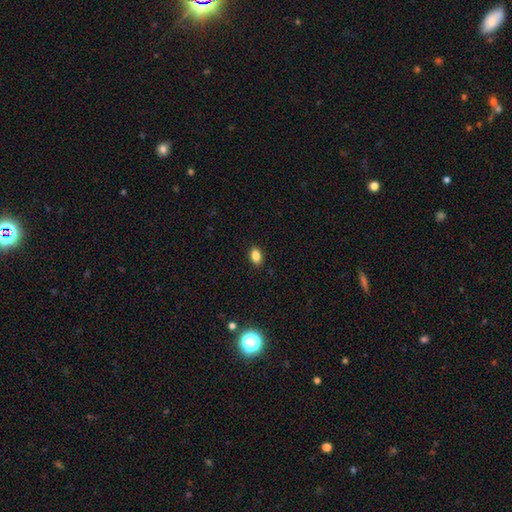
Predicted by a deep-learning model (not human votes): Overall: smooth (85%). How rounded: in between (85%). Merging: none (89%).